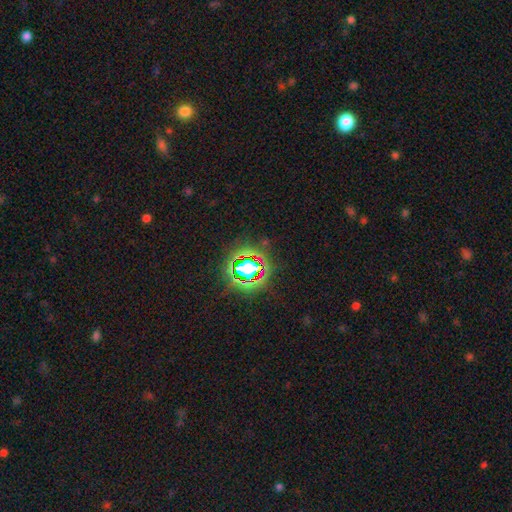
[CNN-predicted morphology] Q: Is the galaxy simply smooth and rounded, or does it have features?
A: star or artifact — 80%.